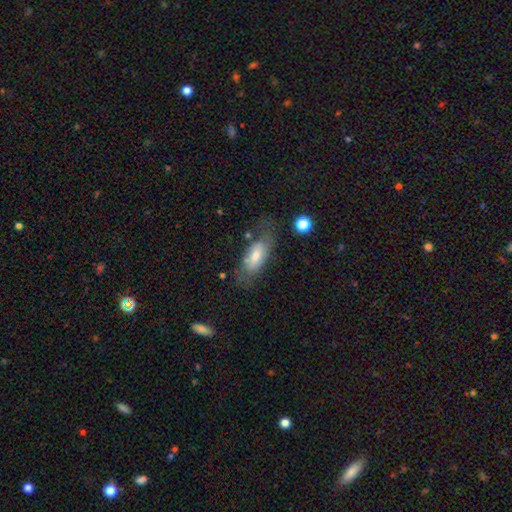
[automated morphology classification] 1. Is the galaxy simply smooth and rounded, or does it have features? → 59% smooth, 33% featured or disk, 8% star or artifact.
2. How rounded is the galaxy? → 78% in between, 19% cigar-shaped, 3% round.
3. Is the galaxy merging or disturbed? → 59% none, 23% minor disturbance, 14% major disturbance, 4% merger.